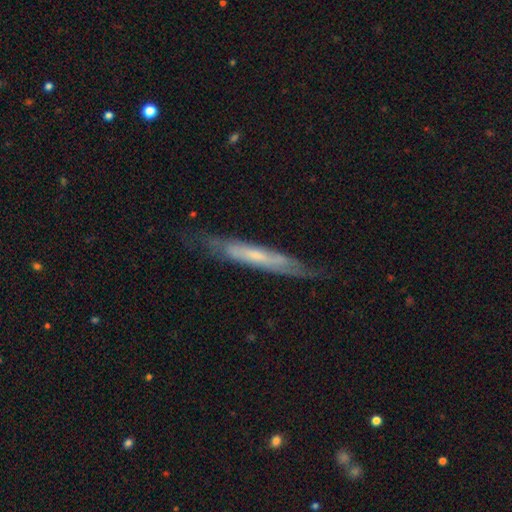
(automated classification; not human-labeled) smooth-or-featured: featured or disk: 62% | smooth: 32% | star or artifact: 6%
  disk-edge-on: yes: 72% | no: 28%
  merging: none: 72% | minor disturbance: 20% | major disturbance: 6% | merger: 2%